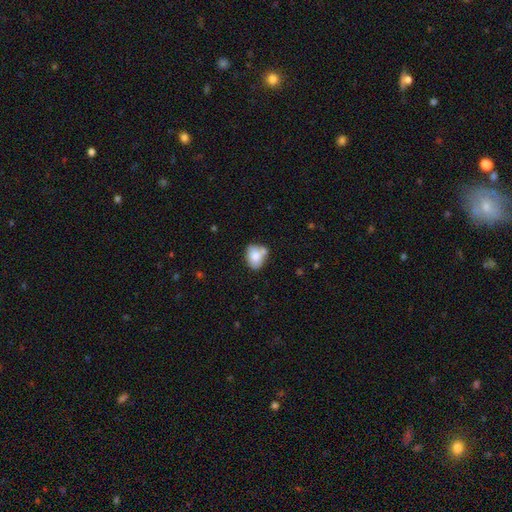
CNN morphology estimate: This is likely a smooth galaxy (77%). How rounded: likely in between (68%). Merging: possibly none (46%).